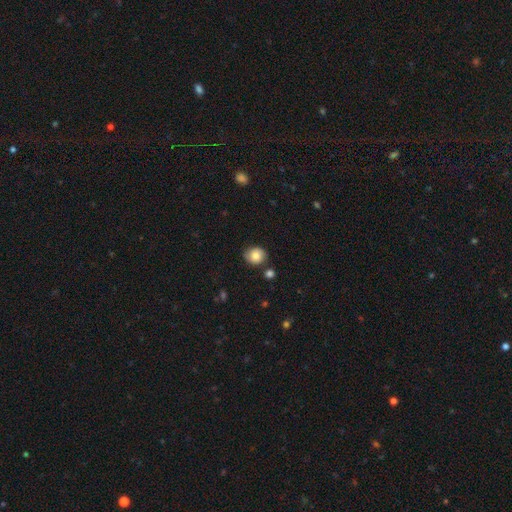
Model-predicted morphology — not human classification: This appears to be a smooth galaxy with no disk features (75%) that is round (75%). Merging: none (77%).